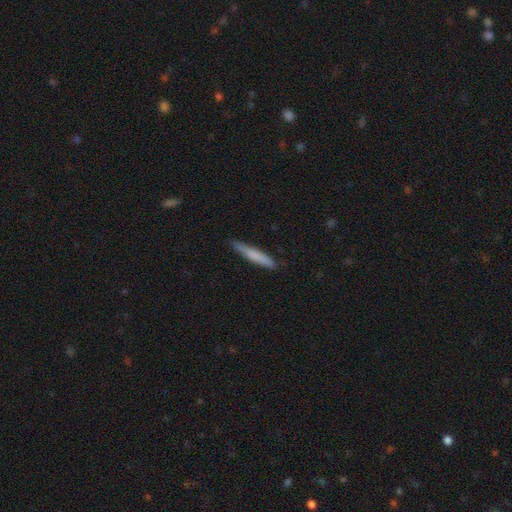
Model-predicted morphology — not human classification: A smooth galaxy with no disk features (72%) that is cigar-shaped (94%).

Vote fractions:
- Smooth or featured? smooth: 72% / featured or disk: 23% / star or artifact: 6%
- How rounded? cigar-shaped: 94% / in between: 5% / round: 1%
- Merging? none: 84% / minor disturbance: 12% / major disturbance: 2% / merger: 1%